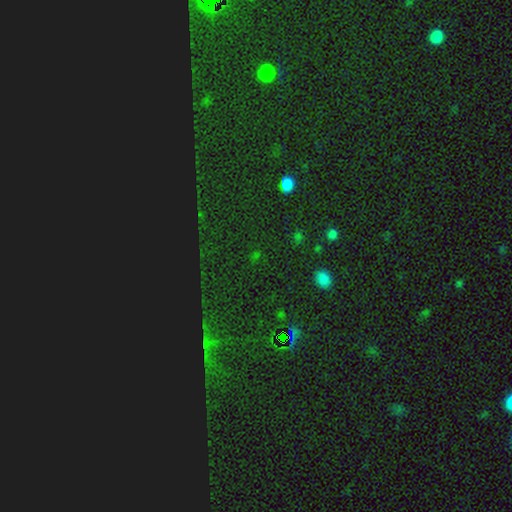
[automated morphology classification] Smooth or featured? star or artifact (67%)